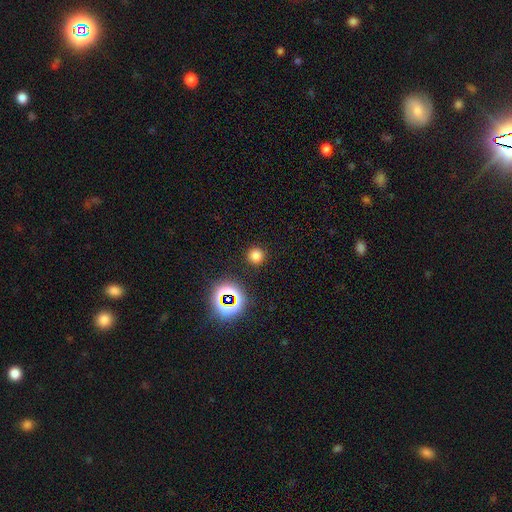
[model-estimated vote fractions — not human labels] smooth 74%, star or artifact 21%, featured or disk 5%. Down the decision tree: how rounded — round (95%); merging — none (90%).